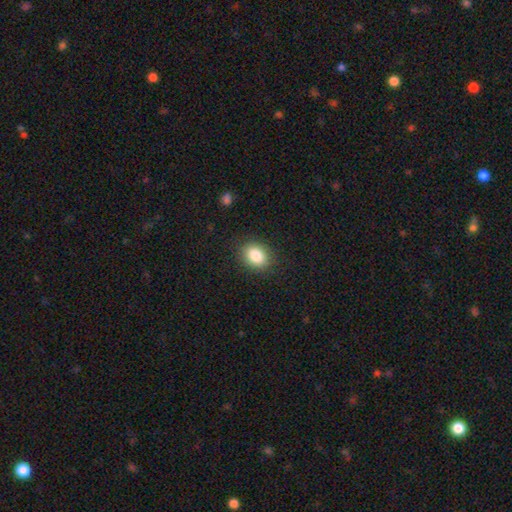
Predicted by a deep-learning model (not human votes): Smooth or featured? Predicted: smooth (p=0.84). How rounded? Predicted: in between (p=0.56). Merging? Predicted: none (p=0.88).